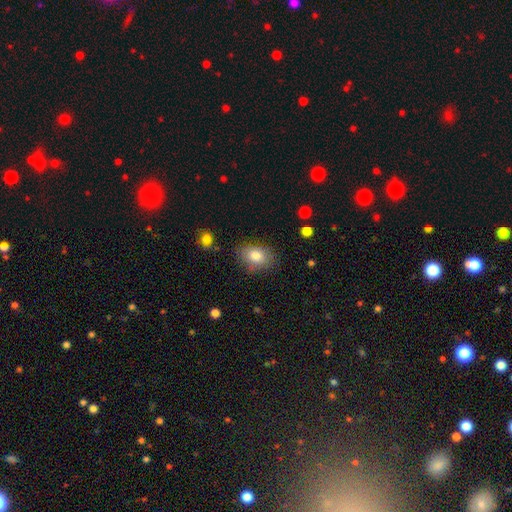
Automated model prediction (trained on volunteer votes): This is clearly a smooth galaxy (82%). How rounded: likely in between (78%). Merging: likely none (75%).